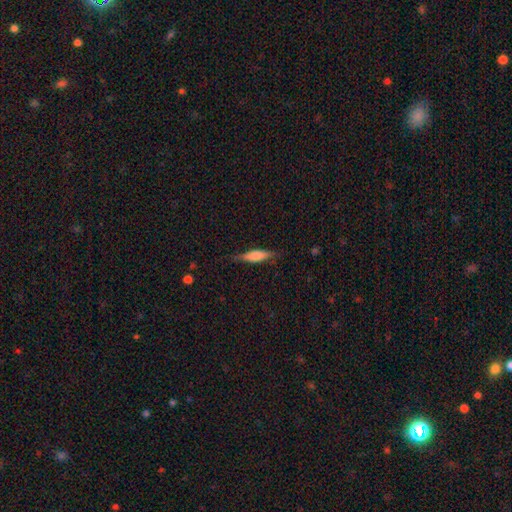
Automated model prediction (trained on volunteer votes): Q: Smooth or featured?
A: smooth (53%); runner-up: featured or disk (40%)
Q: How rounded?
A: cigar-shaped (72%); runner-up: in between (25%)
Q: Merging?
A: none (82%); runner-up: minor disturbance (13%)